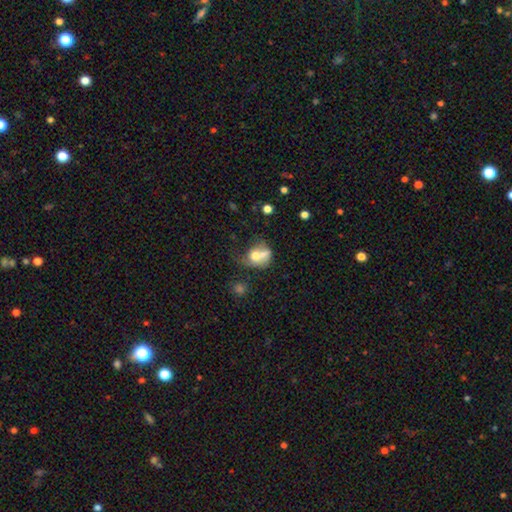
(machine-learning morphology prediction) A smooth galaxy with no disk features (64%) that is round (56%). Merging: merger (63%).